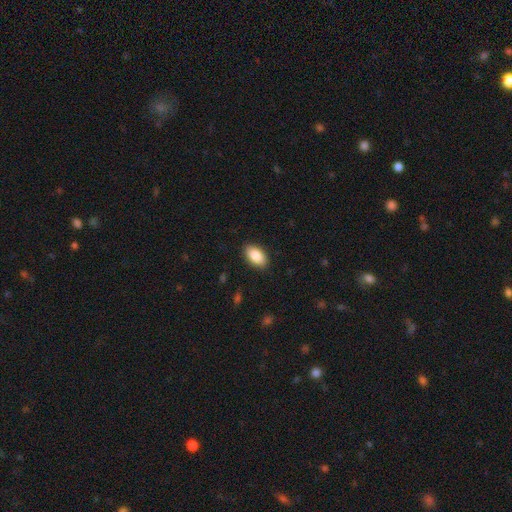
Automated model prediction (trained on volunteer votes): A smooth galaxy with no disk features (88%) that is in between round and cigar-shaped (94%). Merging: none (88%).